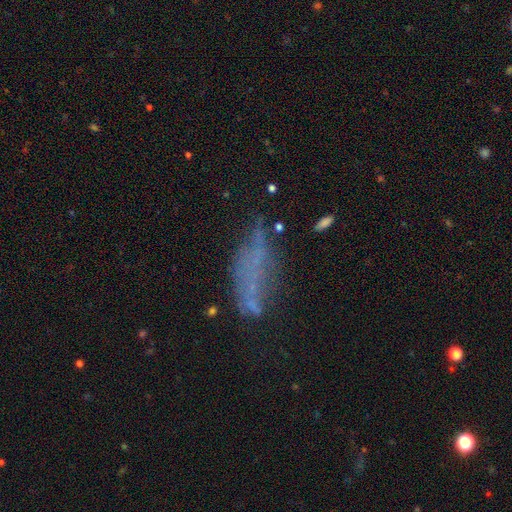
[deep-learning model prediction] Smooth or featured: featured or disk — 39% (smooth — 38%)
Merging: none — 42% (major disturbance — 26%)